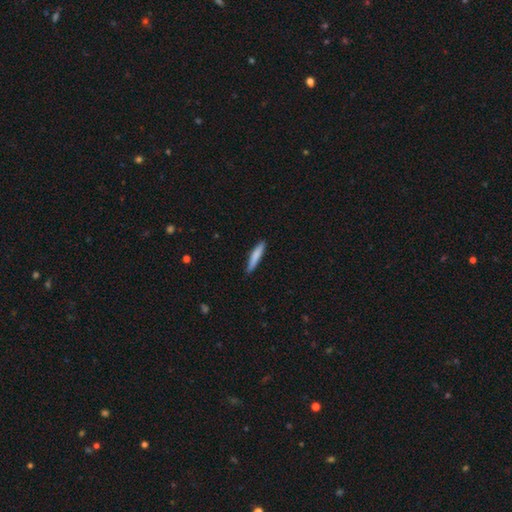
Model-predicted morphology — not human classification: Q: Smooth or featured?
A: smooth (81%); runner-up: featured or disk (14%)
Q: How rounded?
A: cigar-shaped (91%); runner-up: in between (7%)
Q: Merging?
A: none (87%); runner-up: minor disturbance (11%)